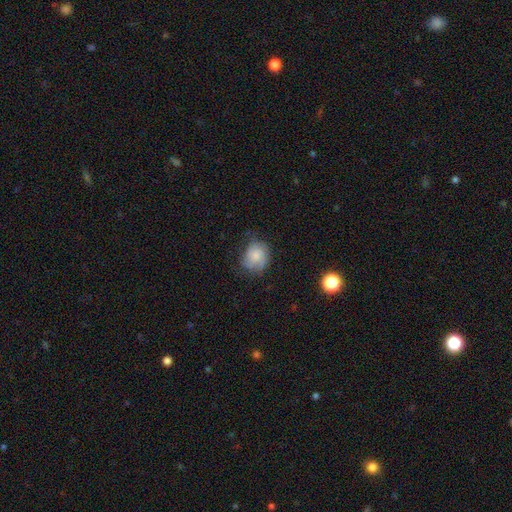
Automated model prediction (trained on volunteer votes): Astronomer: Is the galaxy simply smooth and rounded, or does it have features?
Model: smooth — 63%.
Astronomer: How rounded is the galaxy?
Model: round — 64%.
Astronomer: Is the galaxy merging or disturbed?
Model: none — 58%.